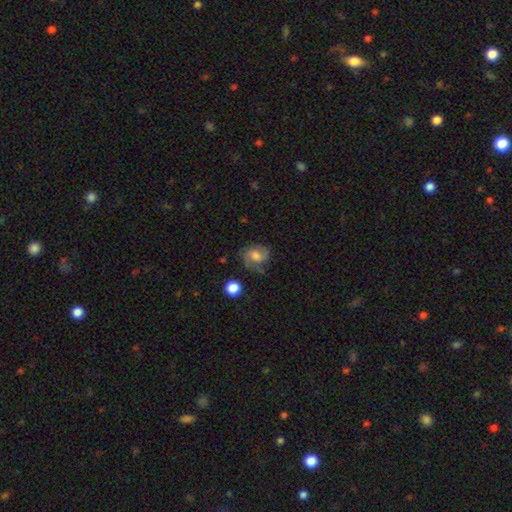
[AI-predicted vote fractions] Smooth or featured? featured or disk (53%)
Edge-on disk? no (97%)
Bar? no (56%)
Spiral arms? yes (88%)
Bulge size? moderate (47%)
Merging? none (62%)